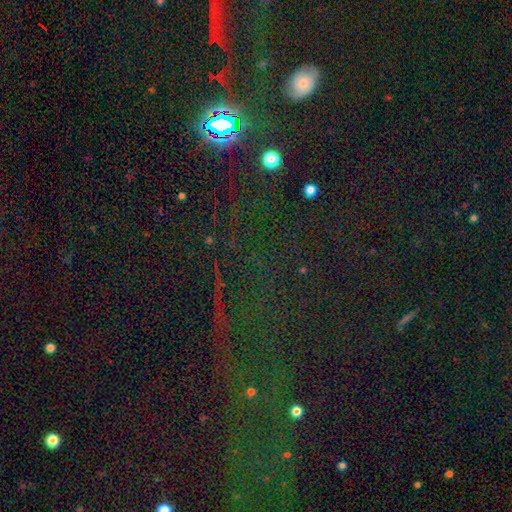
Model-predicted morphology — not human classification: A star or artifact, not a galaxy (79%).